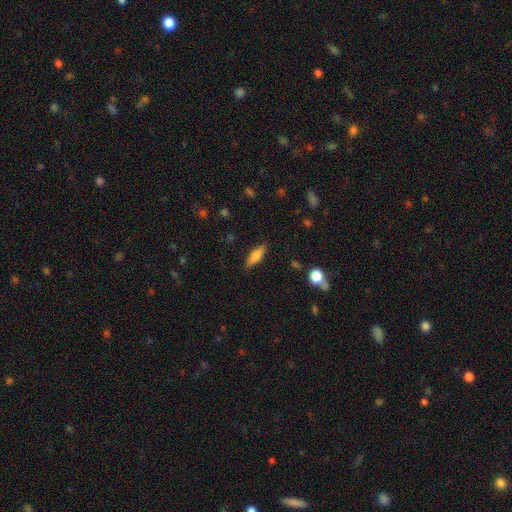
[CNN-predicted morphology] smooth-or-featured: smooth: 68% | featured or disk: 25% | star or artifact: 7%
  how-rounded: cigar-shaped: 49% | in between: 48% | round: 3%
  merging: none: 85% | minor disturbance: 11% | major disturbance: 3% | merger: 1%